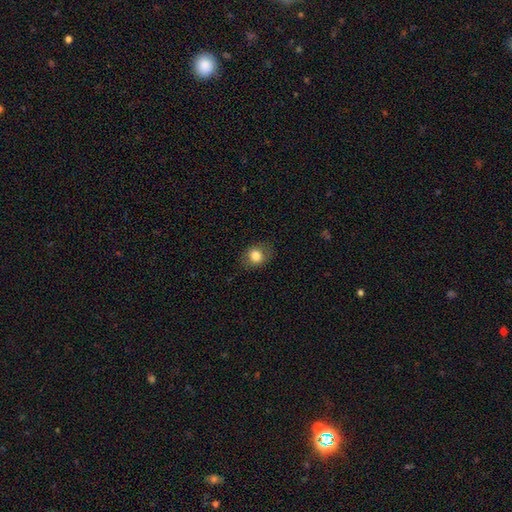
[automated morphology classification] A smooth galaxy with no disk features (80%) that is round (52%).

Vote fractions:
- Smooth or featured? smooth: 80% / featured or disk: 11% / star or artifact: 9%
- How rounded? round: 52% / in between: 47% / cigar-shaped: 1%
- Merging? none: 81% / minor disturbance: 14% / major disturbance: 5% / merger: 1%